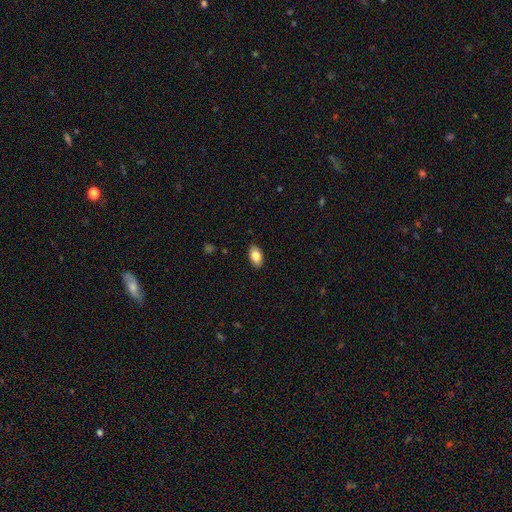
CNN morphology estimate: The model was most divided on "smooth or featured": smooth: 85%, featured or disk: 8%, star or artifact: 7%. More confident: how rounded — in between (93%); merging — none (88%).